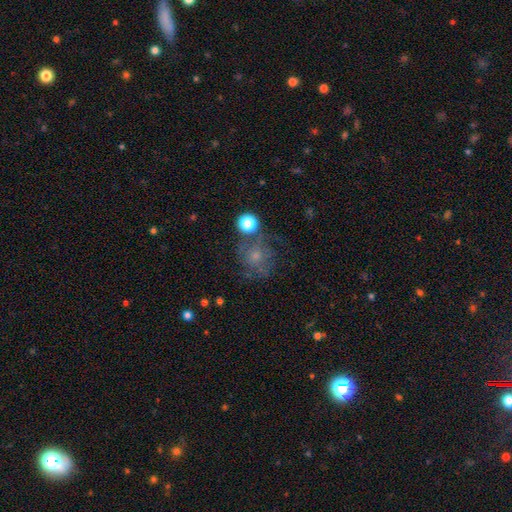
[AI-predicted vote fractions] Smooth or featured? Predicted: smooth (p=0.48). Merging? Predicted: none (p=0.56).